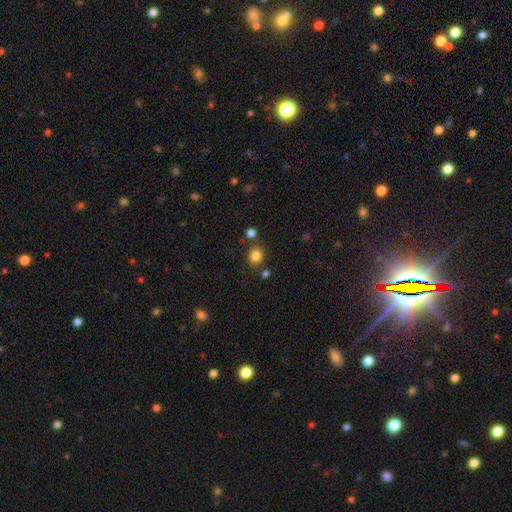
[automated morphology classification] Q: Smooth or featured?
A: smooth (83%); runner-up: star or artifact (12%)
Q: How rounded?
A: round (74%); runner-up: in between (25%)
Q: Merging?
A: none (80%); runner-up: minor disturbance (9%)